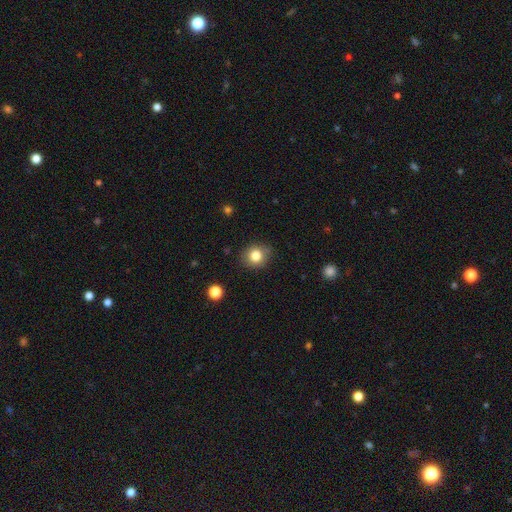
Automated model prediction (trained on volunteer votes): This appears to be a smooth galaxy with no disk features (82%) that is round (81%). Merging: none (83%).